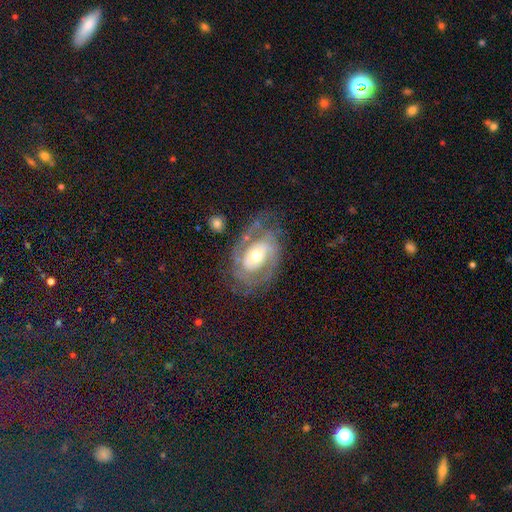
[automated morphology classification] Smooth or featured? featured or disk (83%)
Edge-on disk? no (96%)
Bar? no (54%)
Spiral arms? yes (90%)
Spiral winding? tight (50%)
Spiral arm count? 2 (64%)
Bulge size? moderate (59%)
Merging? none (65%)